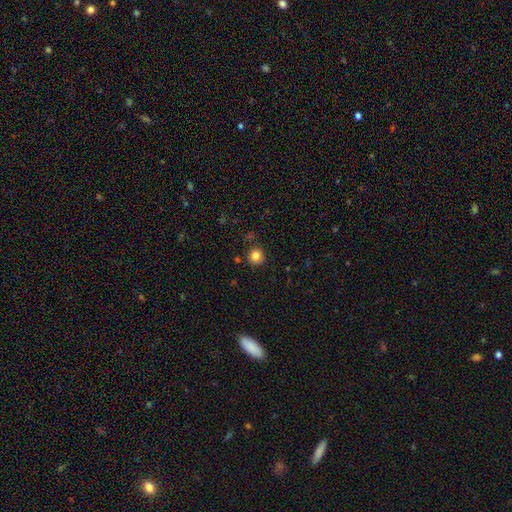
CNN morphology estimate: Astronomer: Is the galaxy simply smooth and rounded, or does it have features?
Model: smooth — 84%.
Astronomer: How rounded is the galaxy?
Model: round — 90%.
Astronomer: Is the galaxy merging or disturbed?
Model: none — 84%.